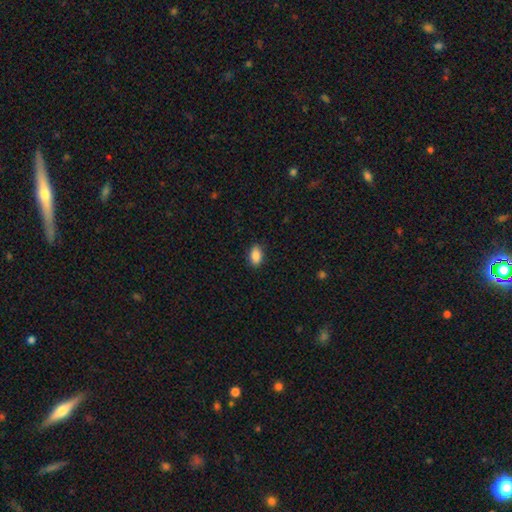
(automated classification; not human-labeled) Morphology: type=smooth (87%); roundness=in between (89%); merging=none (87%).